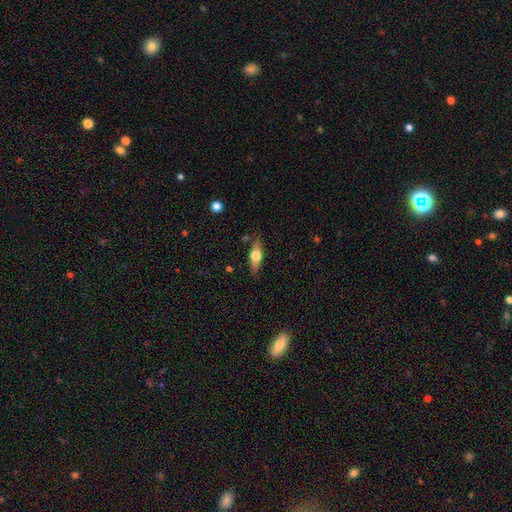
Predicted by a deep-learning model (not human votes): The model was most divided on "smooth or featured": smooth: 51%, featured or disk: 42%, star or artifact: 7%. More confident: merging — none (80%); how rounded — in between (54%).